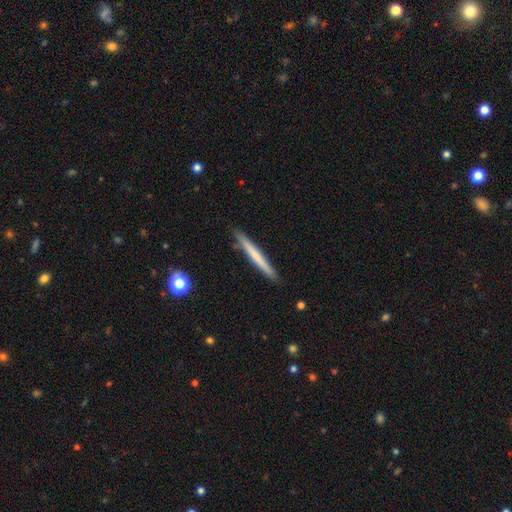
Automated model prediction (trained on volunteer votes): Smooth or featured? smooth (60%)
How rounded? cigar-shaped (97%)
Merging? none (90%)